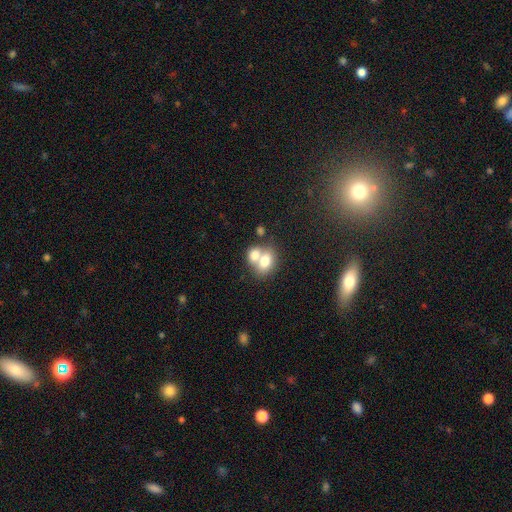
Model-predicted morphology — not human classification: Smooth or featured: smooth — 73% (featured or disk — 19%)
How rounded: in between — 64% (round — 35%)
Merging: merger — 66% (none — 24%)